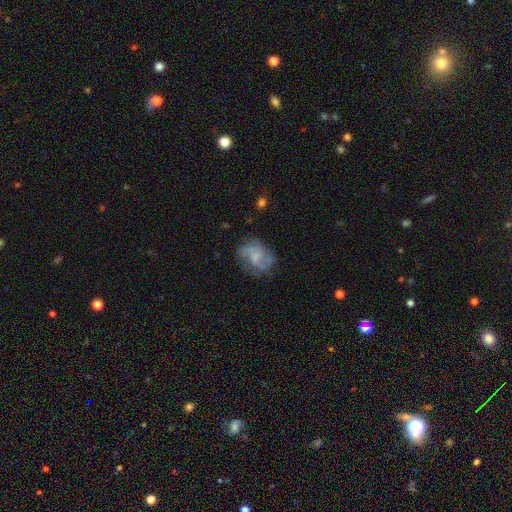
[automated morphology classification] Overall: featured or disk (65%; smooth 27%). Edge-on disk: no (98%). Bar: no (59%; weak 36%). Spiral arms: yes (86%). Spiral arm count: 2 (52%; can't tell 19%). Spiral winding: medium (45%; loose 36%). Bulge size: small (44%; none 27%). Merging: none (65%).